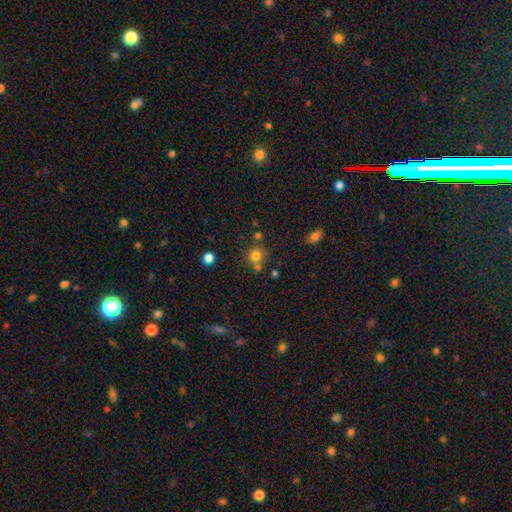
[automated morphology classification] type=smooth (78%); roundness=round (88%); merging=none (66%).